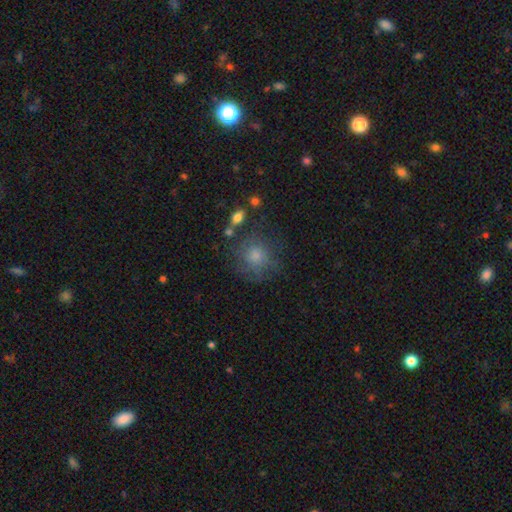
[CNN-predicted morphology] A smooth galaxy with no disk features (68%) that is round (85%). Merging: none (63%).